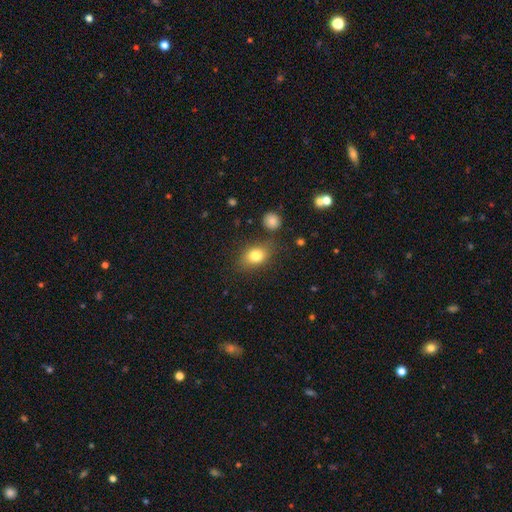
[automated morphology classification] The model was most divided on "how rounded": in between: 74%, round: 24%, cigar-shaped: 2%. More confident: smooth or featured — smooth (80%); merging — none (75%).